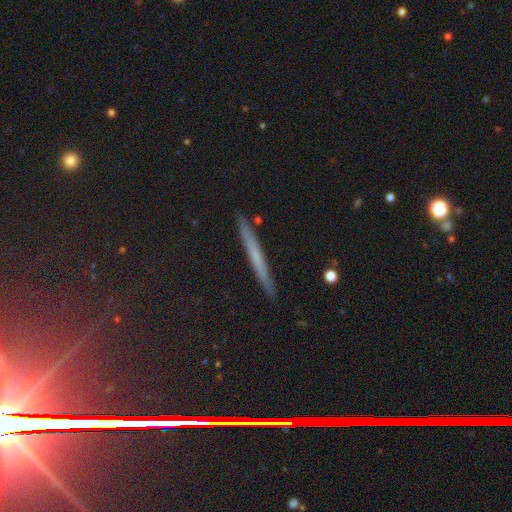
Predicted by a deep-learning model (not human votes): Smooth or featured? smooth (41%)
Merging? none (90%)